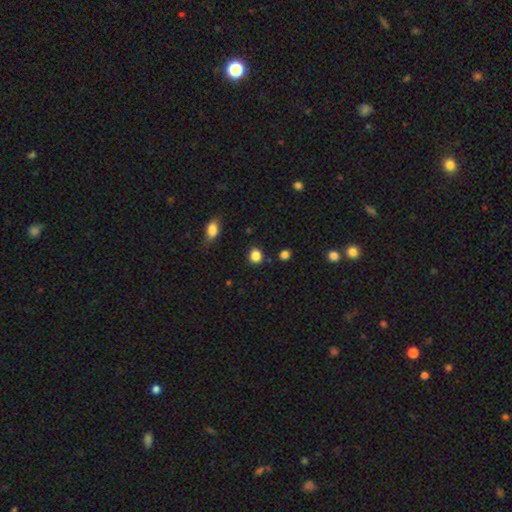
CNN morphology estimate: type=smooth (85%); roundness=round (77%); merging=none (85%).